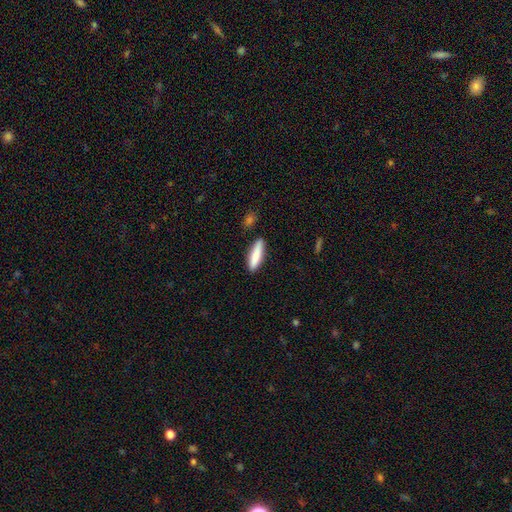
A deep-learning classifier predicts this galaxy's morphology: smooth 83%, featured or disk 11%, star or artifact 5%. Down the decision tree: how rounded — cigar-shaped (72%); merging — none (85%).